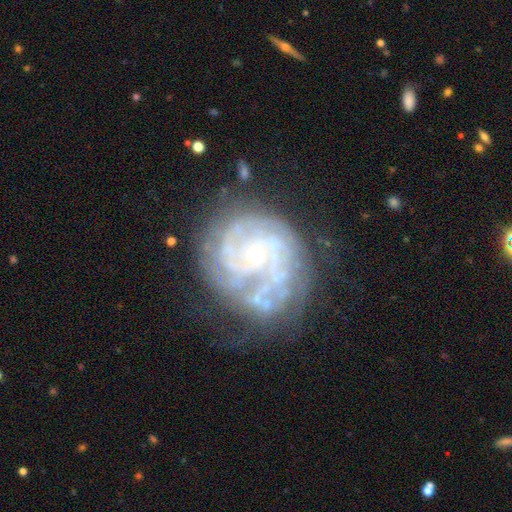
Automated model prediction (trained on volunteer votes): smooth-or-featured: featured or disk: 84% | smooth: 8% | star or artifact: 8%
  disk-edge-on: no: 98% | yes: 2%
    bar: no: 76% | weak: 19% | strong: 5%
    has-spiral-arms: yes: 89% | no: 11%
      spiral-winding: tight: 69% | medium: 24% | loose: 7%
      spiral-arm-count: can't tell: 38% | 3: 16% | 4: 16% | 2: 14% | more than 4: 10% | 1: 6%
    bulge-size: small: 73% | moderate: 22% | none: 2% | large: 1% | dominant: 1%
  merging: none: 61% | minor disturbance: 21% | major disturbance: 14% | merger: 4%